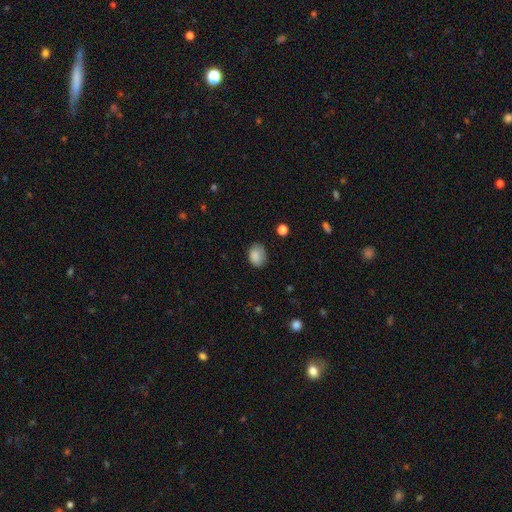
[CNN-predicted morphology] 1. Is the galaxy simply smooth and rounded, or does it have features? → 85% smooth, 9% star or artifact, 7% featured or disk.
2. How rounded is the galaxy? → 70% in between, 29% round, 1% cigar-shaped.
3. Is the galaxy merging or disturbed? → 67% none, 25% minor disturbance, 6% major disturbance, 2% merger.